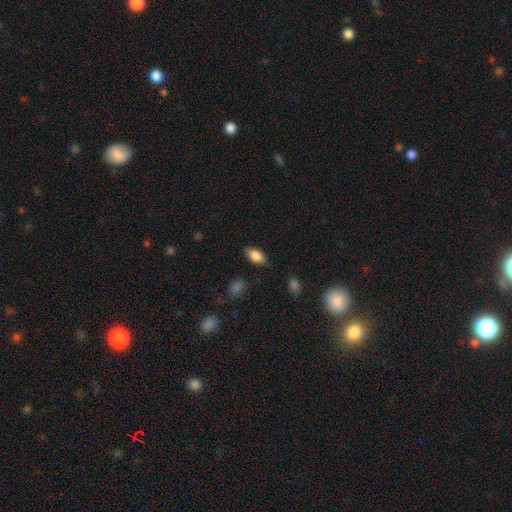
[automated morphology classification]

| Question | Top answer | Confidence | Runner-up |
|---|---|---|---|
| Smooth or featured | smooth | 84% | featured or disk (8%) |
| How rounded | in between | 90% | cigar-shaped (5%) |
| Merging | none | 82% | minor disturbance (14%) |